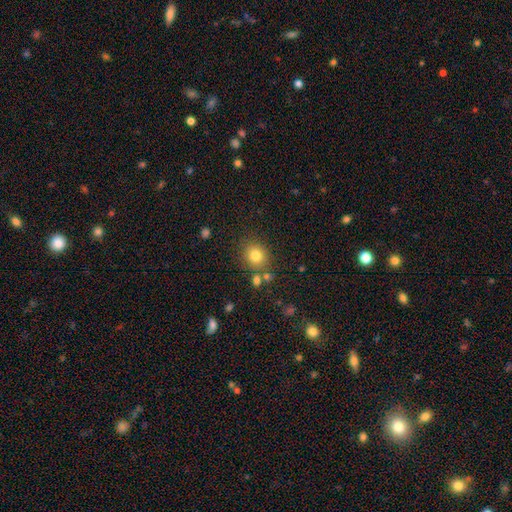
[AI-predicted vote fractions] smooth 80%, star or artifact 13%, featured or disk 8%. Down the decision tree: how rounded — round (79%); merging — none (78%).